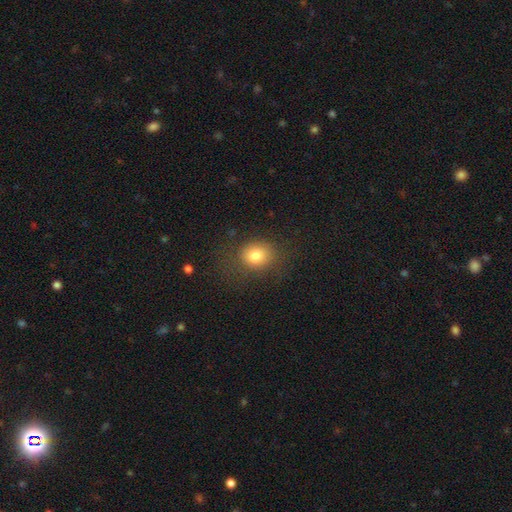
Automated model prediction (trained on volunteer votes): Smooth or featured? Predicted: smooth (p=0.79). How rounded? Predicted: round (p=0.62). Merging? Predicted: none (p=0.74).